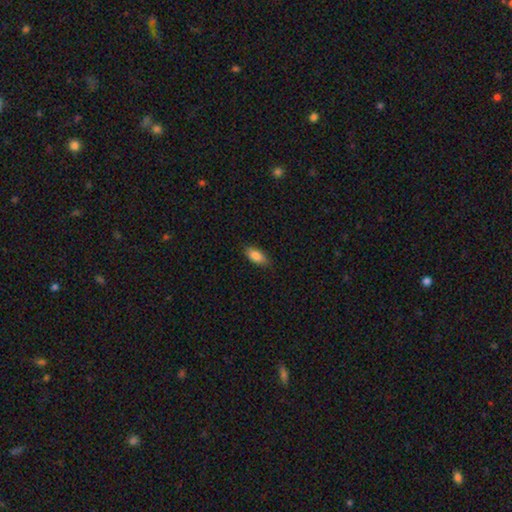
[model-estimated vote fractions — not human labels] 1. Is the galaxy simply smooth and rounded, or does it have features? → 85% smooth, 8% featured or disk, 7% star or artifact.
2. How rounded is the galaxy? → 86% in between, 11% cigar-shaped, 3% round.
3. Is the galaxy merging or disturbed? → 84% none, 12% minor disturbance, 2% major disturbance, 1% merger.